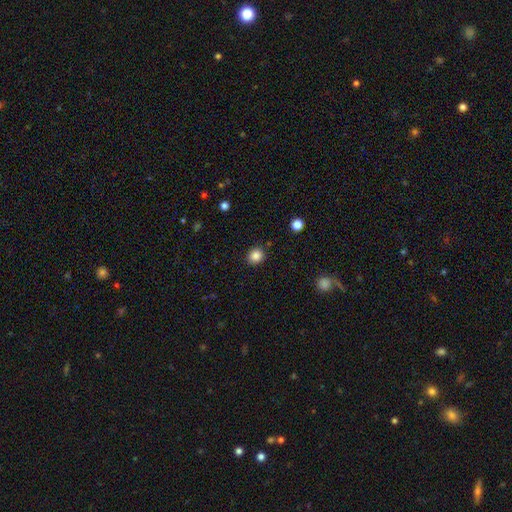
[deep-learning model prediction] Morphology: type=smooth (86%); roundness=round (87%); merging=none (89%).